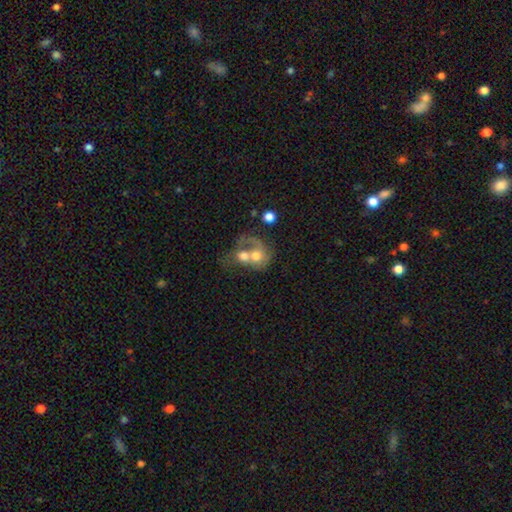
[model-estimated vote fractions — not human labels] Smooth or featured: smooth — 47% (featured or disk — 45%)
Merging: merger — 73% (major disturbance — 11%)